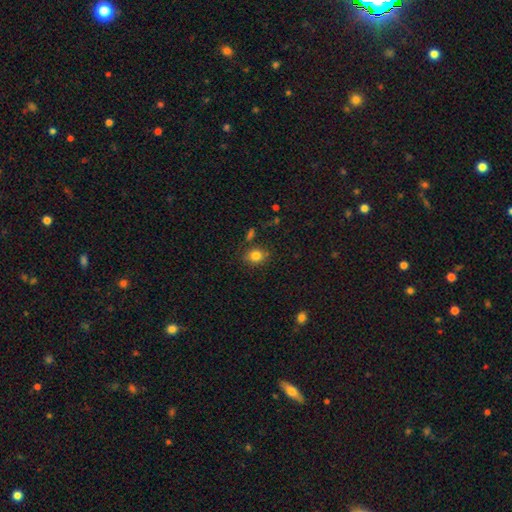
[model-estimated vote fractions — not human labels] Overall: smooth (82%). How rounded: round (55%; in between 44%). Merging: none (78%).